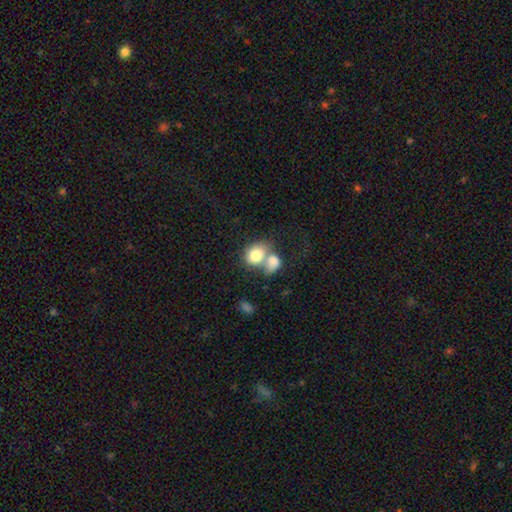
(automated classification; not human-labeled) A smooth galaxy with no disk features (78%) that is in between round and cigar-shaped (51%).

Vote fractions:
- Smooth or featured? smooth: 78% / featured or disk: 14% / star or artifact: 8%
- How rounded? in between: 51% / round: 48% / cigar-shaped: 1%
- Merging? merger: 63% / none: 23% / minor disturbance: 8% / major disturbance: 6%